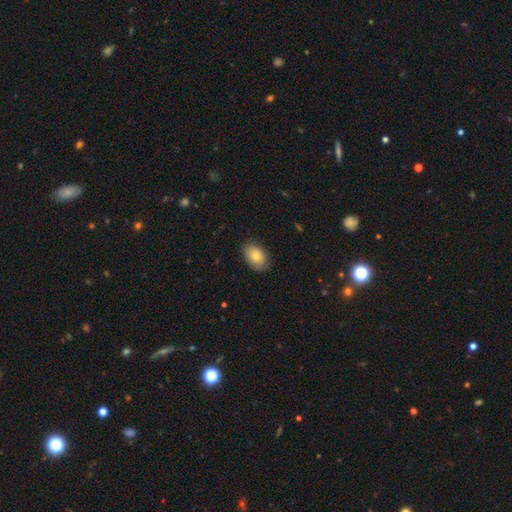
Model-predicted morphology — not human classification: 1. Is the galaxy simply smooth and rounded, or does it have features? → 81% smooth, 12% featured or disk, 7% star or artifact.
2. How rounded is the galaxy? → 88% in between, 11% round, 1% cigar-shaped.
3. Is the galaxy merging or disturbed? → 84% none, 13% minor disturbance, 2% major disturbance, 1% merger.